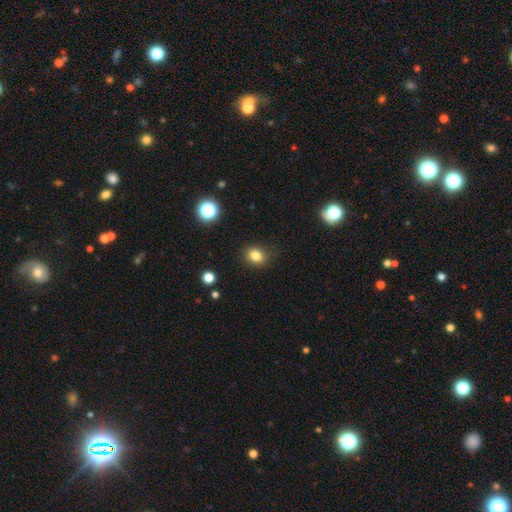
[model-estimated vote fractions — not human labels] smooth_or_featured: smooth (p=0.82) [alt: star or artifact p=0.12]
how_rounded: round (p=0.51) [alt: in between p=0.48]
merging: none (p=0.85) [alt: minor disturbance p=0.11]